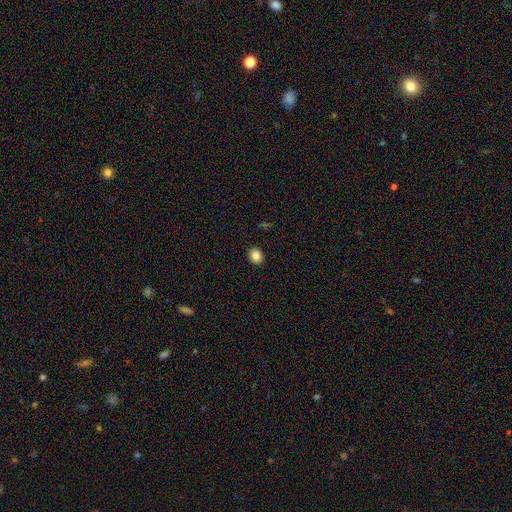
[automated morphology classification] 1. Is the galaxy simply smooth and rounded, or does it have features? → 85% smooth, 10% star or artifact, 5% featured or disk.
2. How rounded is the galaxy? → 58% round, 41% in between, 1% cigar-shaped.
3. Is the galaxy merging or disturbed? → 90% none, 7% minor disturbance, 2% major disturbance, 1% merger.